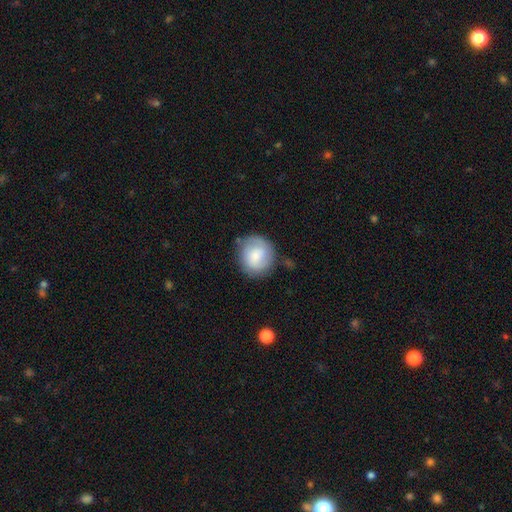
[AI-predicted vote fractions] The model was most divided on "smooth or featured": smooth: 71%, featured or disk: 22%, star or artifact: 7%. More confident: how rounded — round (87%); merging — none (74%).